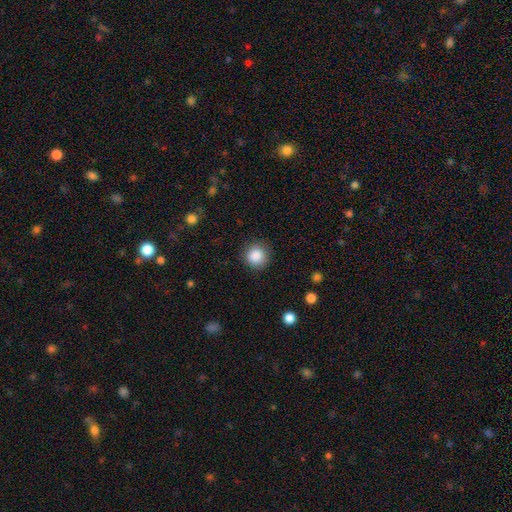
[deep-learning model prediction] This appears to be a smooth galaxy with no disk features (87%) that is round (93%). Merging: none (88%).